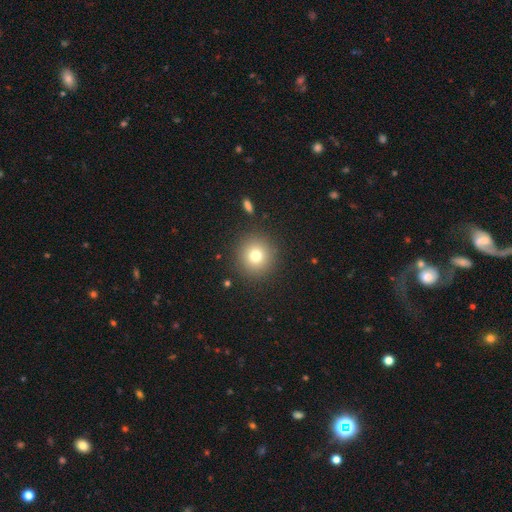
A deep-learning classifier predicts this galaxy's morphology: Smooth or featured: smooth — 76% (star or artifact — 14%)
How rounded: round — 94% (in between — 6%)
Merging: none — 89% (minor disturbance — 6%)